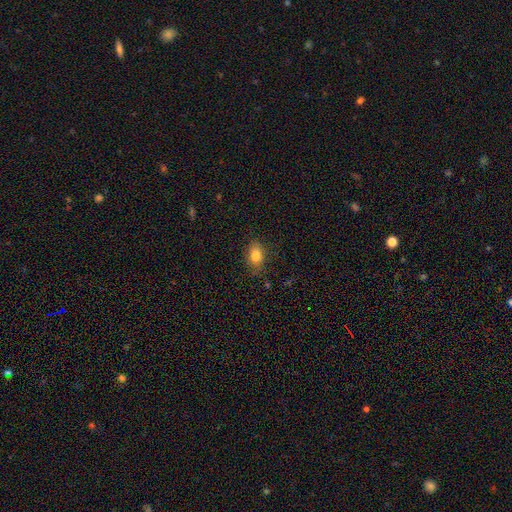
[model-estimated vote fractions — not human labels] This appears to be a smooth galaxy with no disk features (83%) that is in between round and cigar-shaped (81%). Merging: none (80%).